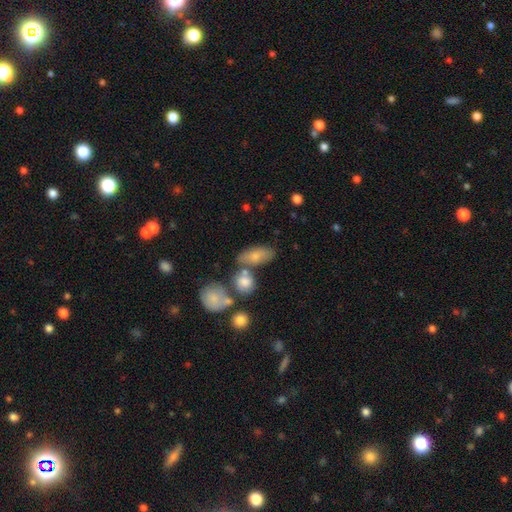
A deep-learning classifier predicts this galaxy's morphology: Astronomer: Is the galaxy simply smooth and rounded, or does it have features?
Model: smooth — 75%.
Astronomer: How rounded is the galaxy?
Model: in between — 81%.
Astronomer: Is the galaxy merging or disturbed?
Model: none — 56%.